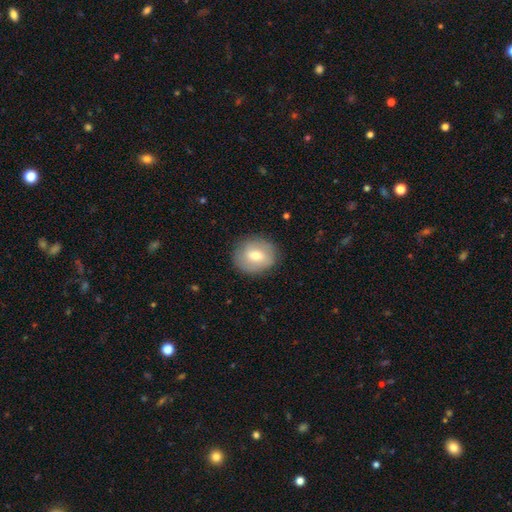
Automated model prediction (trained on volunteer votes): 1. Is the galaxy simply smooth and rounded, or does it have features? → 58% smooth, 35% featured or disk, 7% star or artifact.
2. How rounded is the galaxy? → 71% round, 28% in between, 1% cigar-shaped.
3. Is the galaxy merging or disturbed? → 85% none, 10% minor disturbance, 4% major disturbance, 1% merger.